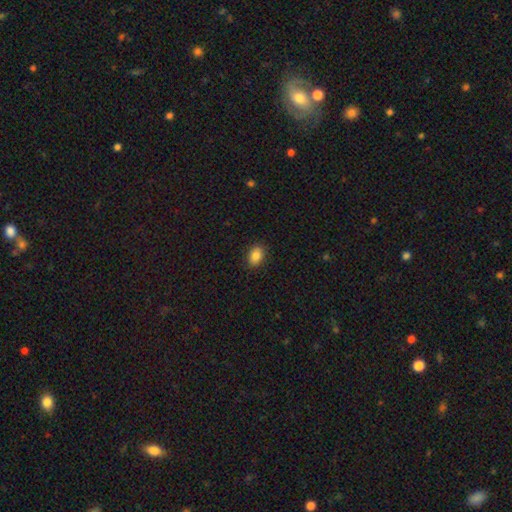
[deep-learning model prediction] This is clearly a smooth galaxy (86%). How rounded: likely in between (80%). Merging: clearly none (88%).